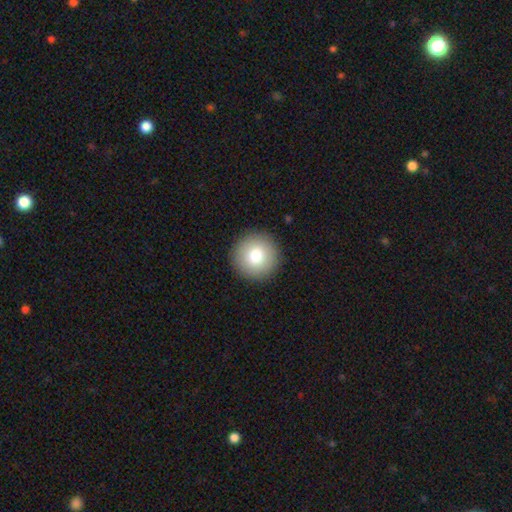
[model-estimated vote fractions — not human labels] Smooth or featured: smooth — 81% (featured or disk — 11%)
How rounded: round — 96% (in between — 3%)
Merging: none — 92% (minor disturbance — 5%)